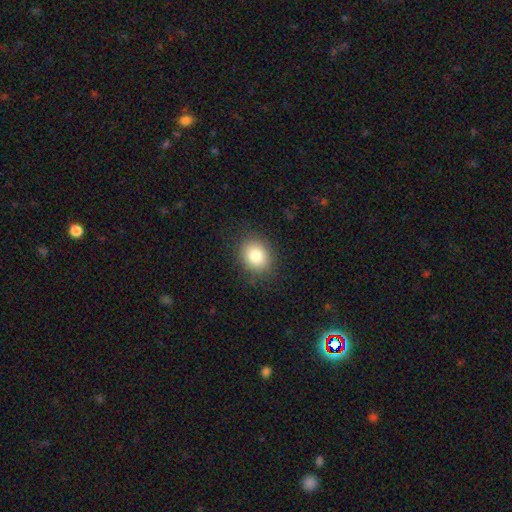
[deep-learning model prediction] Smooth or featured: smooth — 82% (star or artifact — 10%)
How rounded: round — 63% (in between — 36%)
Merging: none — 86% (minor disturbance — 10%)